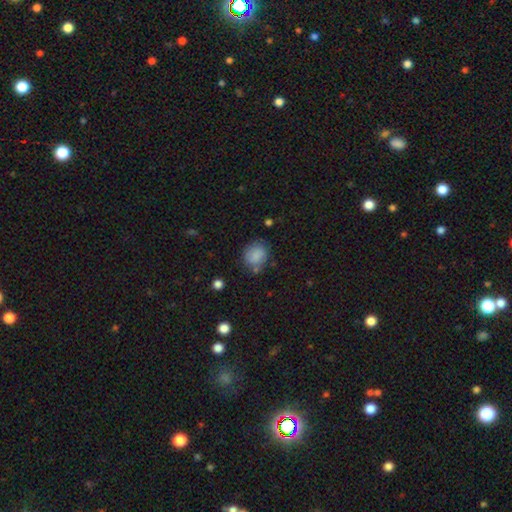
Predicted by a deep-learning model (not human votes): Morphology: type=smooth (81%); roundness=round (63%); merging=none (68%).